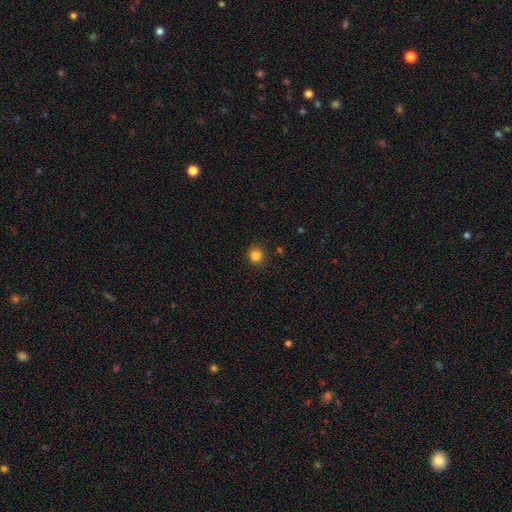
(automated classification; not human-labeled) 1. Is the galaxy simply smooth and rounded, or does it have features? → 84% smooth, 12% star or artifact, 4% featured or disk.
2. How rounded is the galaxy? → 91% round, 8% in between, 1% cigar-shaped.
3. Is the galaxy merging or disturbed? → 90% none, 7% minor disturbance, 2% major disturbance, 1% merger.